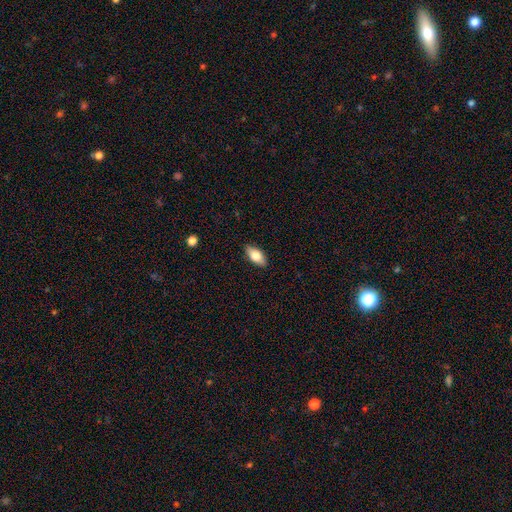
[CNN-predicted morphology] Smooth or featured: smooth — 73% (featured or disk — 21%)
How rounded: in between — 87% (cigar-shaped — 9%)
Merging: none — 88% (minor disturbance — 9%)